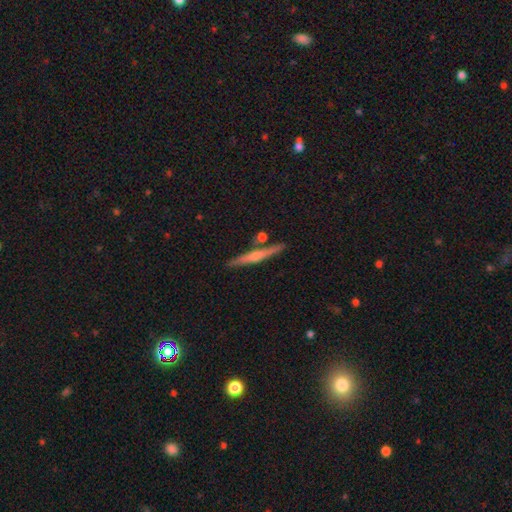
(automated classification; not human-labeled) Morphology: type=featured or disk (66%); edge-on=yes (98%); edge-on bulge=rounded (76%); merging=none (86%).